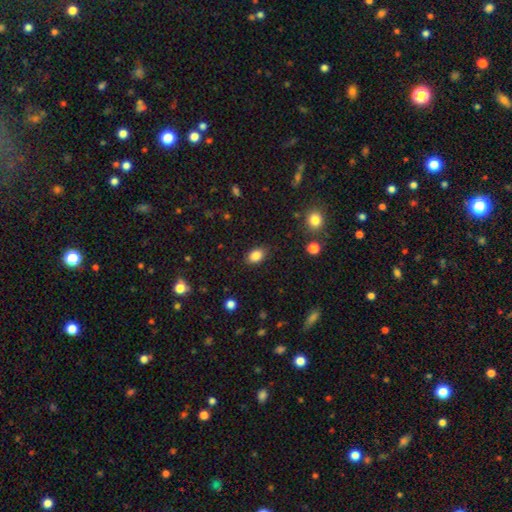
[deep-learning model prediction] Smooth or featured? smooth (86%)
How rounded? in between (82%)
Merging? none (85%)